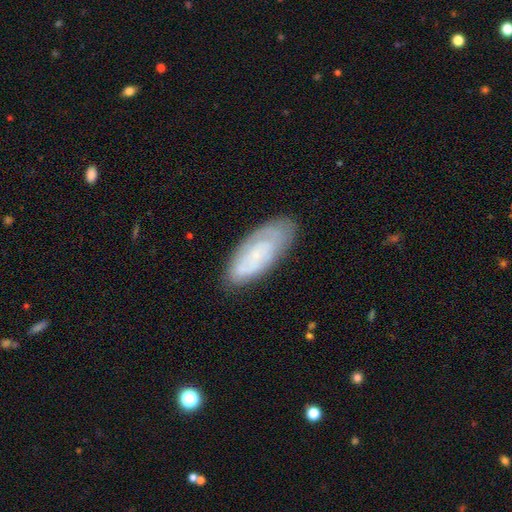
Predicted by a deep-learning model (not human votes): Overall: featured or disk (55%; smooth 37%). Edge-on disk: no (89%). Merging: none (75%).